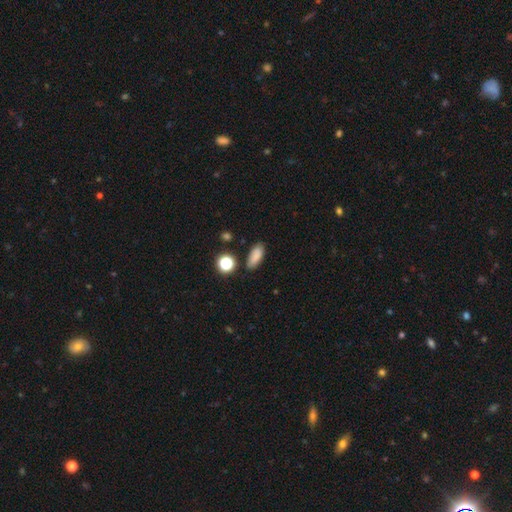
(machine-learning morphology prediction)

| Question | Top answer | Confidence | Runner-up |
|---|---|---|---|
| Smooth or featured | smooth | 82% | star or artifact (11%) |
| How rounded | in between | 78% | cigar-shaped (16%) |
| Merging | none | 79% | minor disturbance (14%) |